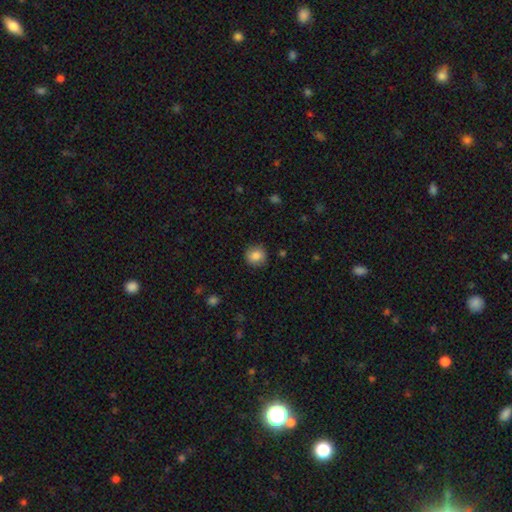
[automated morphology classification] A smooth galaxy with no disk features (85%) that is round (88%). Merging: none (86%).